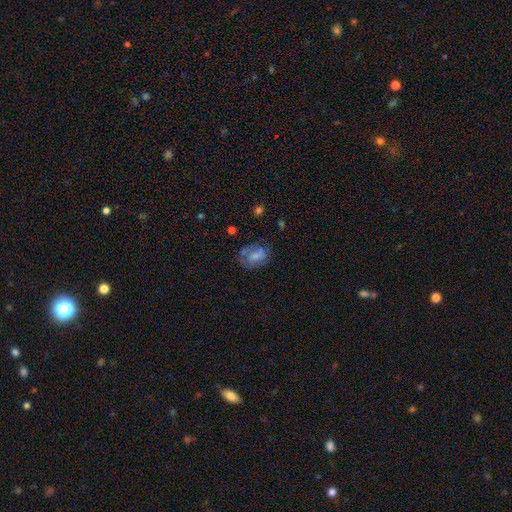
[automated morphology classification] Smooth or featured?
  - smooth: 56% *
  - featured or disk: 35%
  - star or artifact: 10%
How rounded?
  - in between: 74% *
  - round: 24%
  - cigar-shaped: 2%
Merging?
  - none: 51% *
  - minor disturbance: 27%
  - major disturbance: 17%
  - merger: 4%